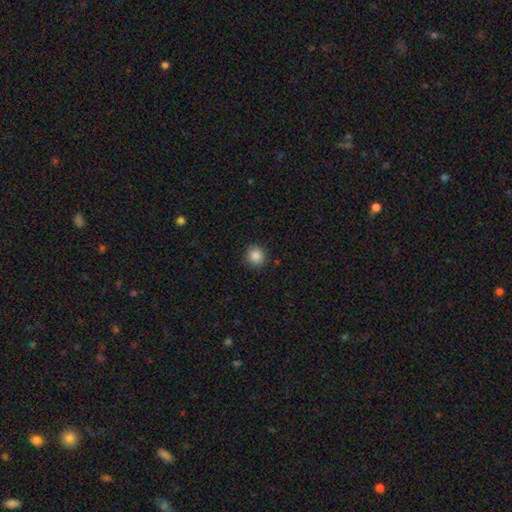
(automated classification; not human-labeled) Overall: smooth (87%). How rounded: round (91%). Merging: none (89%).